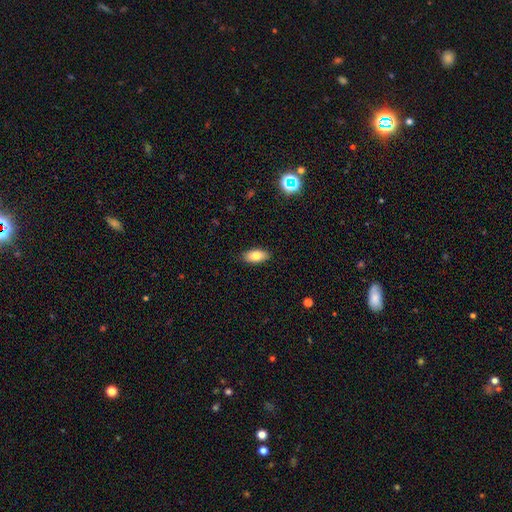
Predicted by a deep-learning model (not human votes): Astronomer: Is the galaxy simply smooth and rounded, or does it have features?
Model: smooth — 81%.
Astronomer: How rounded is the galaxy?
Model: in between — 92%.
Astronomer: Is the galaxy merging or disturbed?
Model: none — 88%.